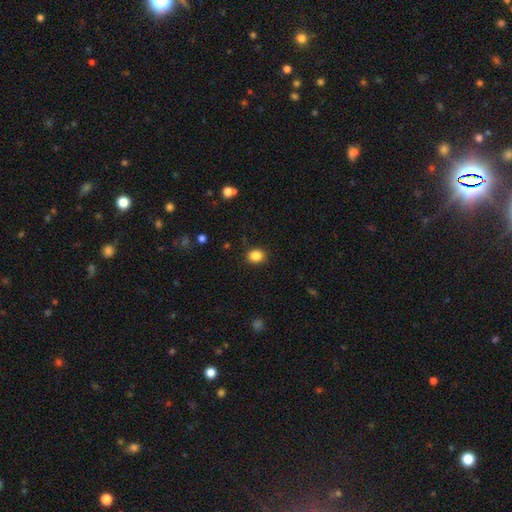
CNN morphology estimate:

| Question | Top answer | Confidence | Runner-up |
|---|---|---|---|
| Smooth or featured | smooth | 86% | star or artifact (10%) |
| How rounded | round | 61% | in between (38%) |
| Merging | none | 87% | minor disturbance (9%) |